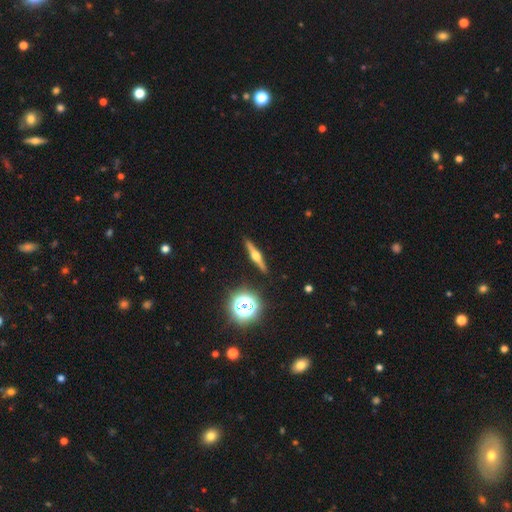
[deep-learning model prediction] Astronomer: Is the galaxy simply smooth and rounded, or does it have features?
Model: featured or disk — 74%.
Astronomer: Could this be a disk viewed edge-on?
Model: yes — 97%.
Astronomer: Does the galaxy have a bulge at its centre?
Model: rounded — 95%.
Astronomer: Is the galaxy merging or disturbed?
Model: none — 91%.